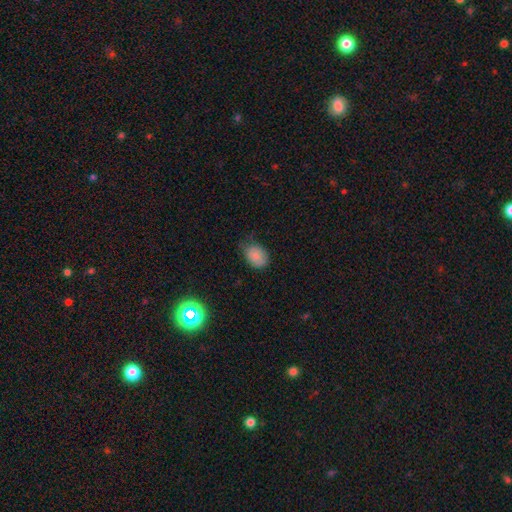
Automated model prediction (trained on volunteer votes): A smooth galaxy with no disk features (82%) that is in between round and cigar-shaped (70%). Merging: none (61%).